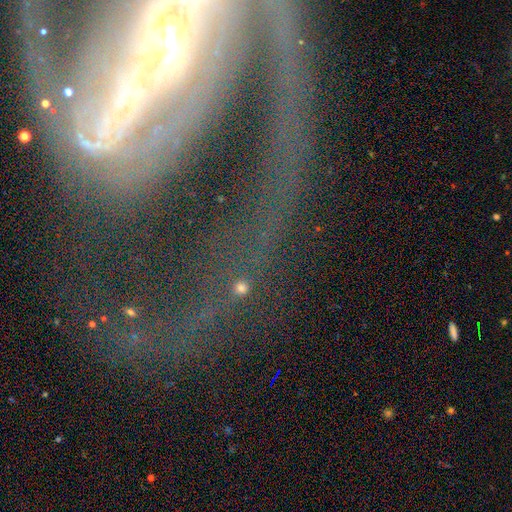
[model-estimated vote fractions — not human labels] featured or disk 51%, star or artifact 31%, smooth 18%. Down the decision tree: edge-on disk — no (73%); merging — none (49%).